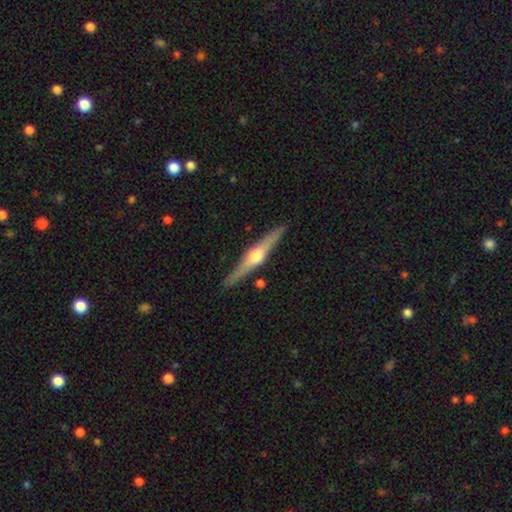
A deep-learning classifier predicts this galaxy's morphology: This appears to be a featured or disk galaxy (78%) viewed edge-on (98%) with a rounded central bulge (94%). Merging: none (89%).